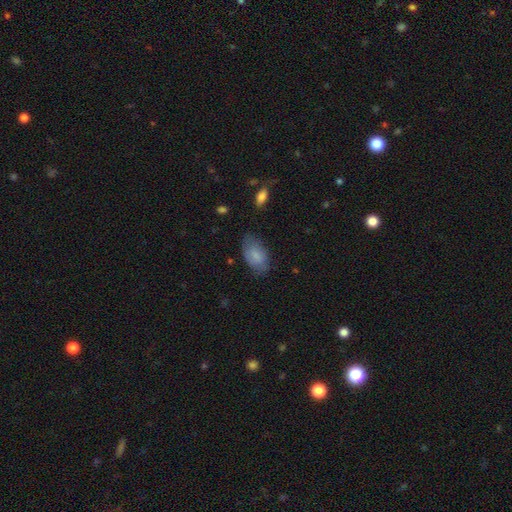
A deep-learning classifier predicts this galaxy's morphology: Smooth or featured: smooth — 78% (featured or disk — 15%)
How rounded: in between — 93% (round — 5%)
Merging: none — 66% (minor disturbance — 26%)